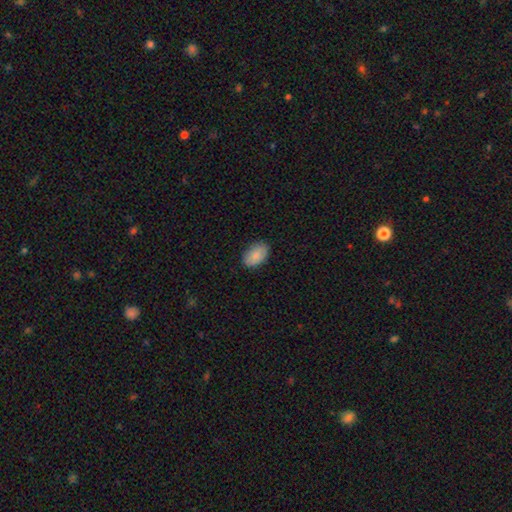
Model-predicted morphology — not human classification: Q: Smooth or featured?
A: smooth (86%); runner-up: featured or disk (7%)
Q: How rounded?
A: in between (91%); runner-up: round (8%)
Q: Merging?
A: none (86%); runner-up: minor disturbance (11%)